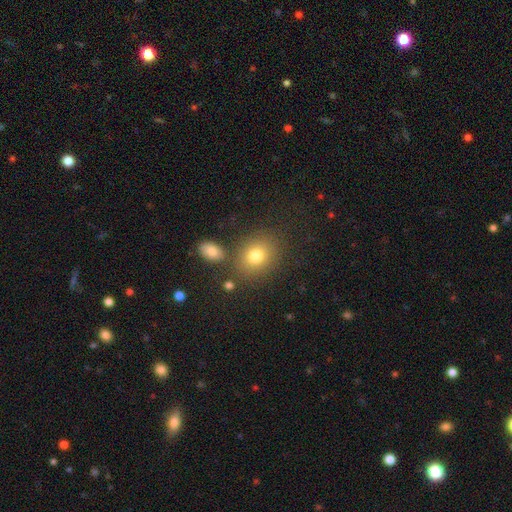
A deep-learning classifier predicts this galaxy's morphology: Q: Smooth or featured?
A: smooth (79%); runner-up: star or artifact (12%)
Q: How rounded?
A: round (53%); runner-up: in between (46%)
Q: Merging?
A: none (76%); runner-up: minor disturbance (11%)